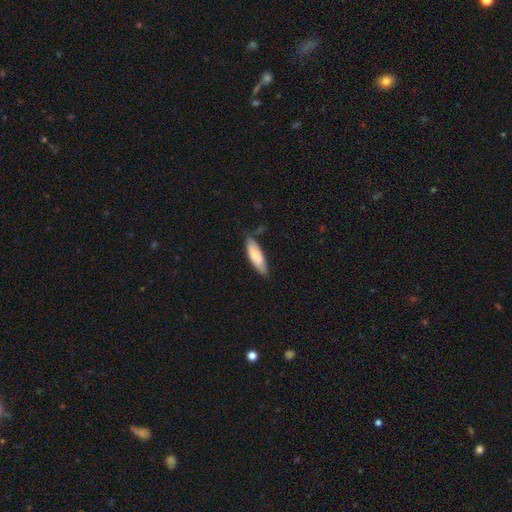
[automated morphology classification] This appears to be a smooth galaxy with no disk features (78%) that is in between round and cigar-shaped (51%). Merging: none (71%).